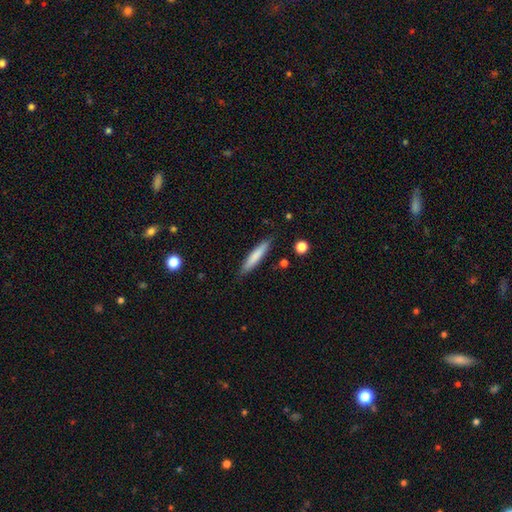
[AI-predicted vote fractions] Q: Smooth or featured?
A: smooth (75%); runner-up: featured or disk (19%)
Q: How rounded?
A: cigar-shaped (90%); runner-up: in between (9%)
Q: Merging?
A: none (86%); runner-up: minor disturbance (11%)